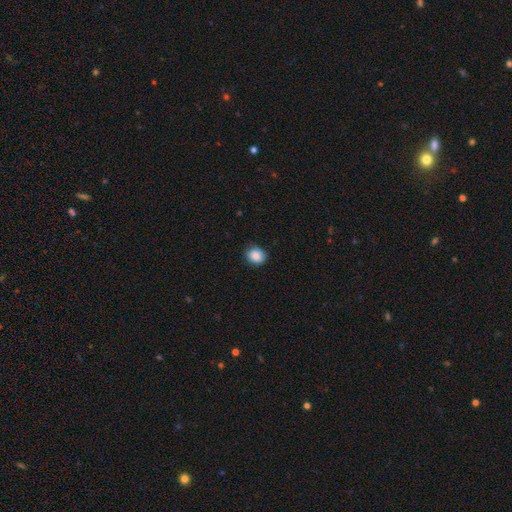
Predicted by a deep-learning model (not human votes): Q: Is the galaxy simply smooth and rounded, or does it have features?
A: smooth — 87%.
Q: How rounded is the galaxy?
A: round — 63%.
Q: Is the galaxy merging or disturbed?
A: none — 82%.